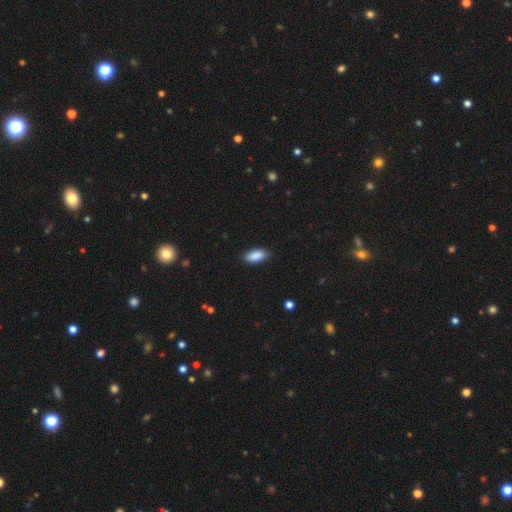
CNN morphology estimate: Q: Smooth or featured?
A: smooth (89%); runner-up: star or artifact (7%)
Q: How rounded?
A: in between (90%); runner-up: cigar-shaped (8%)
Q: Merging?
A: none (87%); runner-up: minor disturbance (10%)